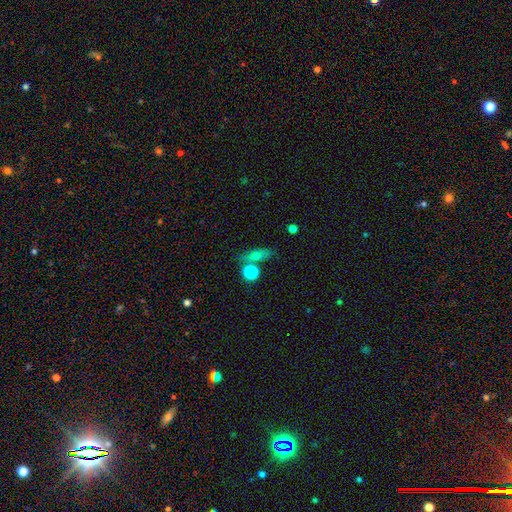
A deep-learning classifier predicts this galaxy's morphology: type=smooth (67%); roundness=in between (51%); merging=none (60%).